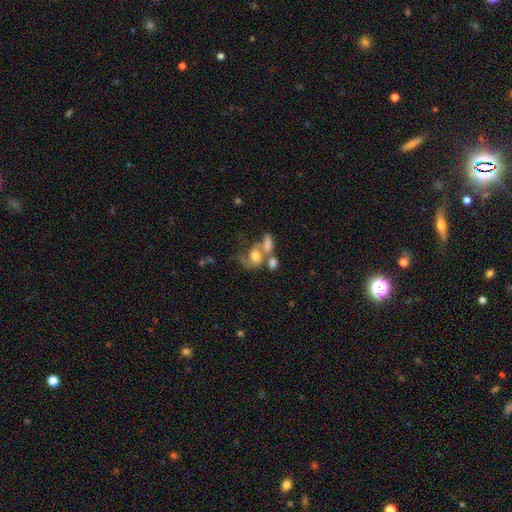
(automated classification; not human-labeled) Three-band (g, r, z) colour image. It shows a smooth galaxy with no disk features (49%). Merging: merger (59%).